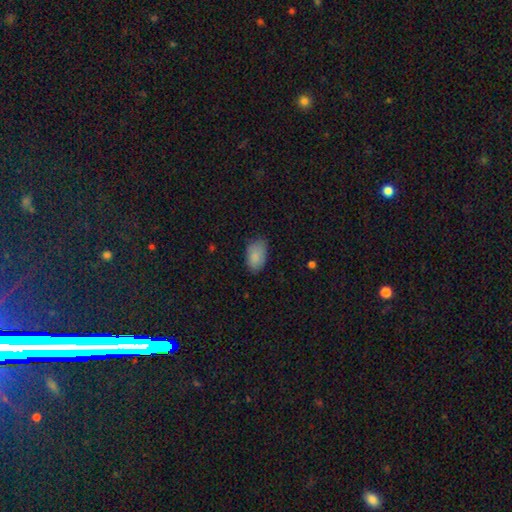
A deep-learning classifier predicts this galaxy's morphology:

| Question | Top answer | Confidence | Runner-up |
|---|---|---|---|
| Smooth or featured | smooth | 87% | star or artifact (7%) |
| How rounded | in between | 93% | round (6%) |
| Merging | none | 72% | minor disturbance (22%) |